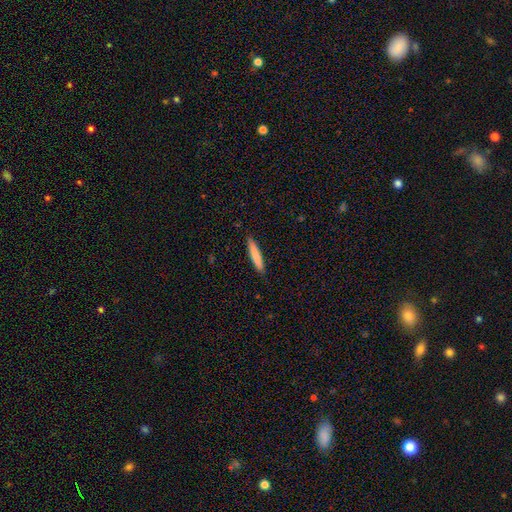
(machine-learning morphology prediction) Q: Smooth or featured?
A: smooth (80%); runner-up: featured or disk (15%)
Q: How rounded?
A: cigar-shaped (93%); runner-up: in between (6%)
Q: Merging?
A: none (90%); runner-up: minor disturbance (7%)